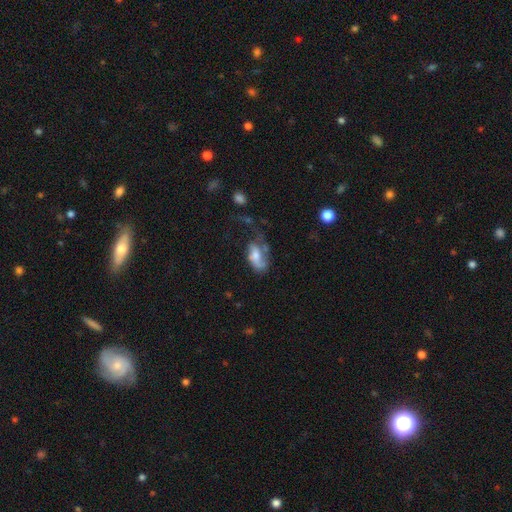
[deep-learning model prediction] Smooth or featured? featured or disk (51%)
Edge-on disk? no (93%)
Merging? major disturbance (44%)